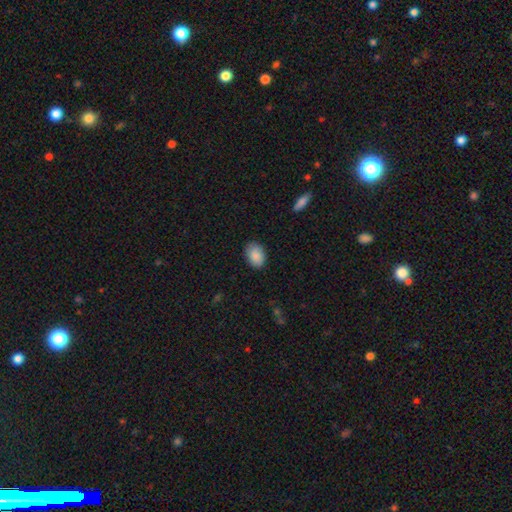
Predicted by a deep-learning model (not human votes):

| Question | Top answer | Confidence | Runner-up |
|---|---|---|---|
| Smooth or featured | smooth | 89% | star or artifact (7%) |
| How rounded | in between | 82% | round (17%) |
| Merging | none | 86% | minor disturbance (11%) |